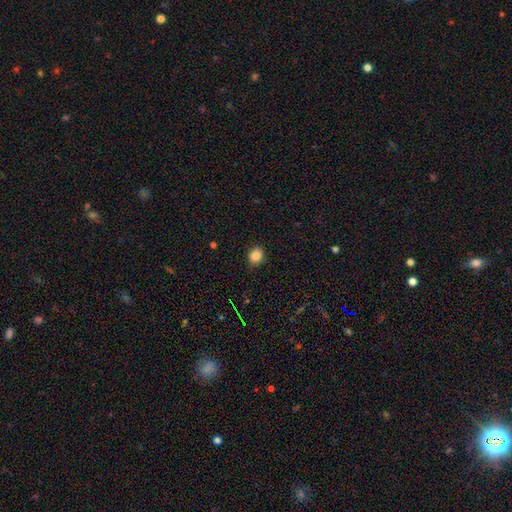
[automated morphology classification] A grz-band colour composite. It shows a smooth galaxy with no disk features (85%) that is round (62%). Merging: none (88%).